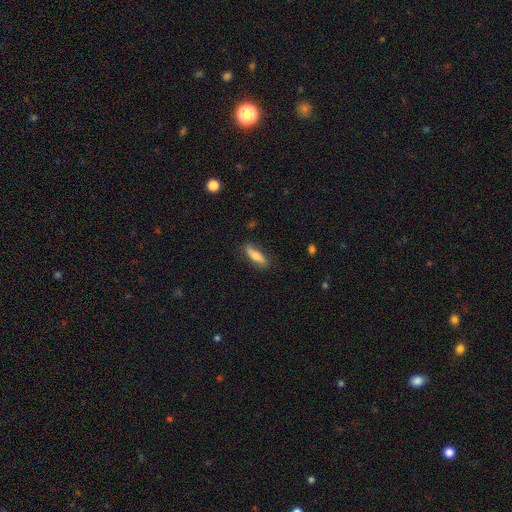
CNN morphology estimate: Smooth or featured? Predicted: smooth (p=0.64). How rounded? Predicted: cigar-shaped (p=0.57). Merging? Predicted: none (p=0.82).